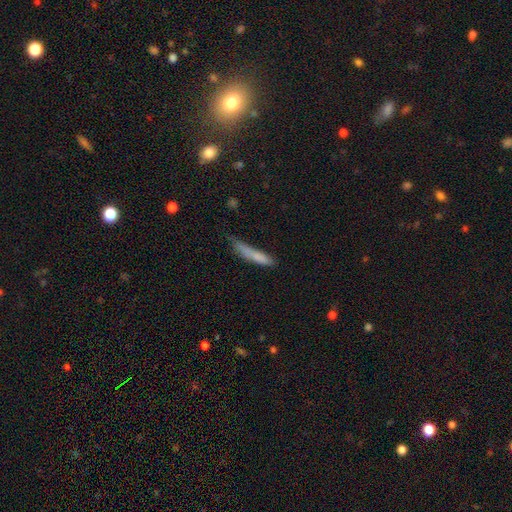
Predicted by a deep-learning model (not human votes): smooth_or_featured: smooth (p=0.77) [alt: featured or disk p=0.15]
how_rounded: cigar-shaped (p=0.90) [alt: in between p=0.09]
merging: none (p=0.56) [alt: minor disturbance p=0.30]